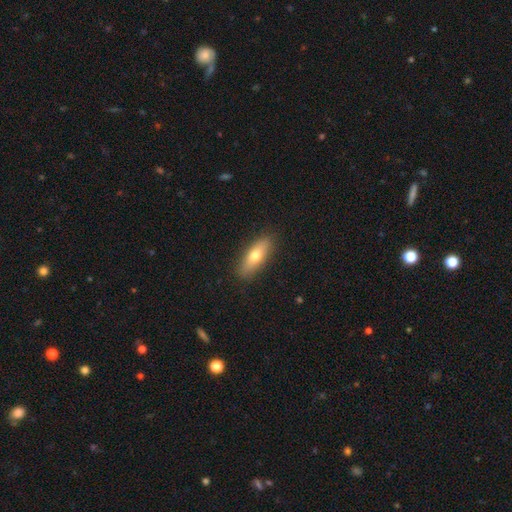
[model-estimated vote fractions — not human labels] smooth 67%, featured or disk 26%, star or artifact 6%. Down the decision tree: how rounded — in between (59%); merging — none (88%).